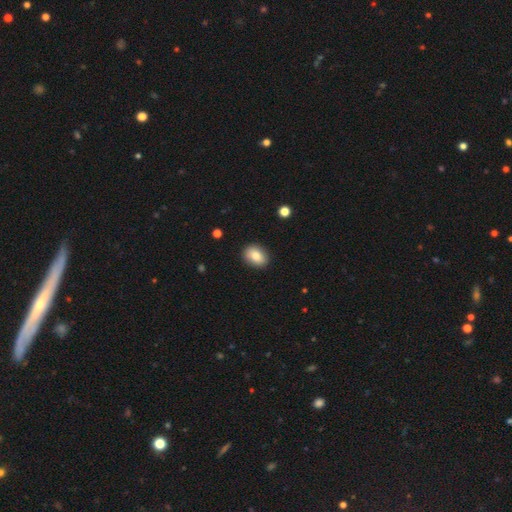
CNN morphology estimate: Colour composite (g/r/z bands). It shows a smooth galaxy with no disk features (81%) that is in between round and cigar-shaped (63%). Merging: none (88%).